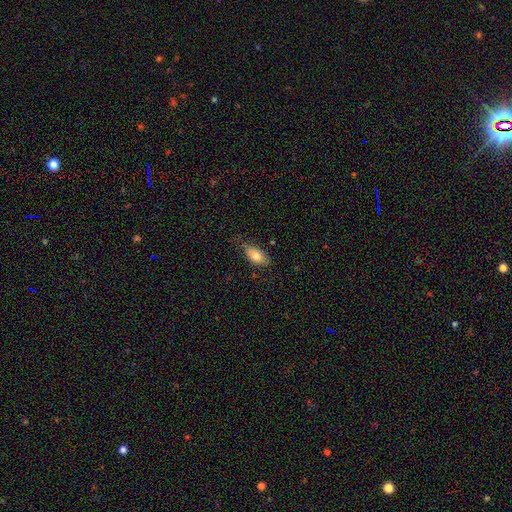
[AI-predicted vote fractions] smooth 76%, featured or disk 18%, star or artifact 7%. Down the decision tree: how rounded — in between (91%); merging — none (67%).